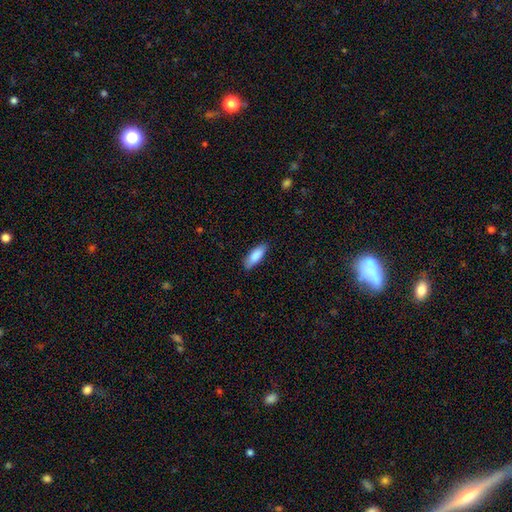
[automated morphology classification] Overall: smooth (86%). How rounded: in between (63%; cigar-shaped 36%). Merging: none (84%).